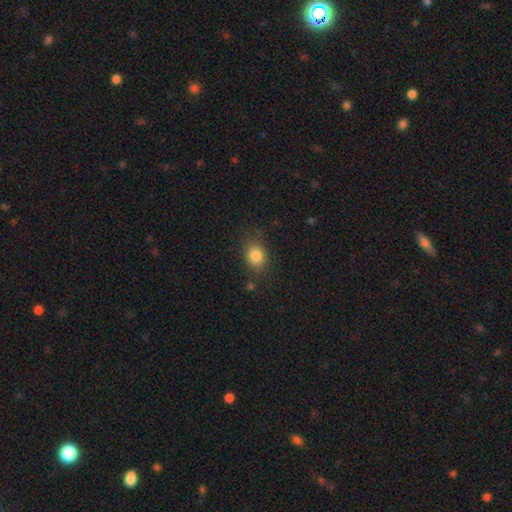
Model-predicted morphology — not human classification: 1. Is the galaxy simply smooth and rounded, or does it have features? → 83% smooth, 11% star or artifact, 7% featured or disk.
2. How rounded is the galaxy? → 51% round, 47% in between, 1% cigar-shaped.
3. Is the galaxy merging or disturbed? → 77% none, 16% minor disturbance, 5% major disturbance, 2% merger.